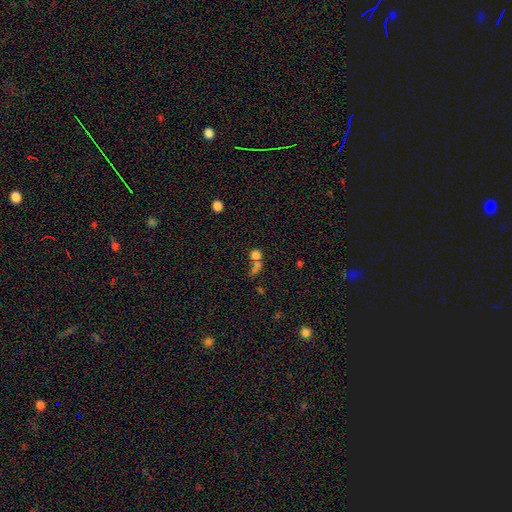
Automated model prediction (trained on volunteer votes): This is possibly a smooth galaxy (51%). How rounded: possibly round (54%). Merging: marginally none (42%).